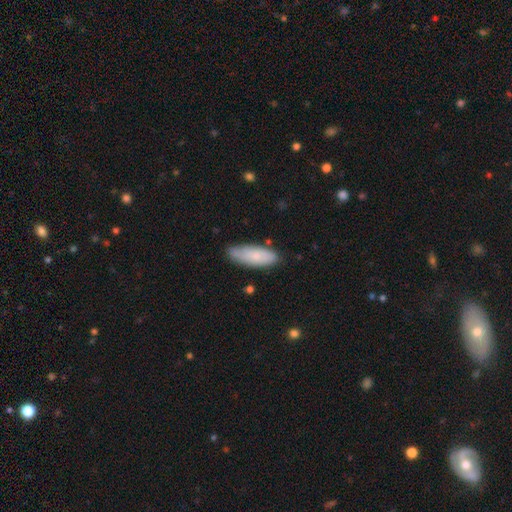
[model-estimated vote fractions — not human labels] A smooth galaxy with no disk features (76%) that is in between round and cigar-shaped (69%).

Vote fractions:
- Smooth or featured? smooth: 76% / featured or disk: 18% / star or artifact: 6%
- How rounded? in between: 69% / cigar-shaped: 29% / round: 2%
- Merging? none: 73% / minor disturbance: 21% / major disturbance: 3% / merger: 3%